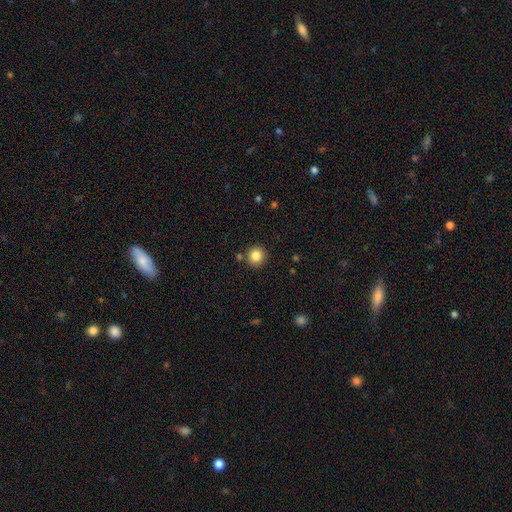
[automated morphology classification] smooth_or_featured: smooth (p=0.84) [alt: star or artifact p=0.11]
how_rounded: round (p=0.95) [alt: in between p=0.05]
merging: none (p=0.88) [alt: minor disturbance p=0.06]